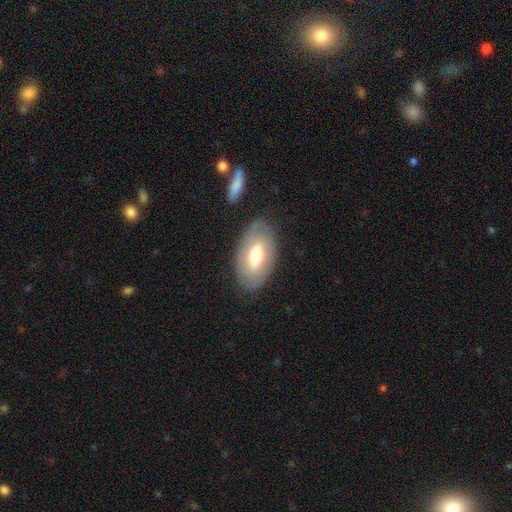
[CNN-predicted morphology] Smooth or featured? smooth (53%)
How rounded? in between (93%)
Merging? none (80%)